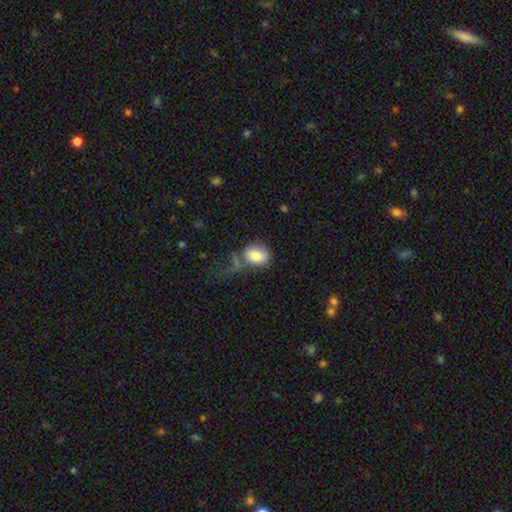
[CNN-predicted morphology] Smooth or featured? smooth (81%)
How rounded? in between (57%)
Merging? none (44%)